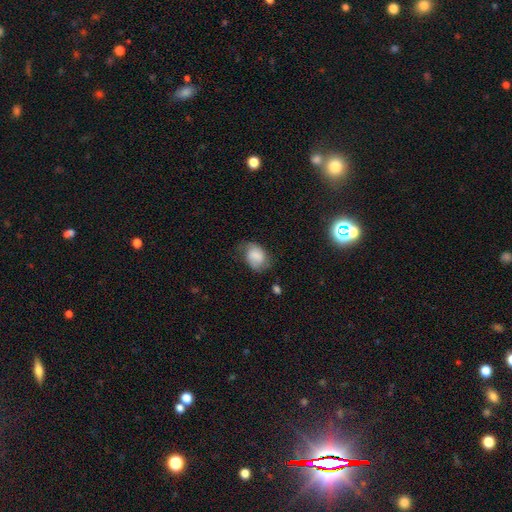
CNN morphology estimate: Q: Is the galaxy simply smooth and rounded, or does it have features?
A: smooth — 60%.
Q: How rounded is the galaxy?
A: in between — 74%.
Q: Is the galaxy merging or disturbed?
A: none — 51%.